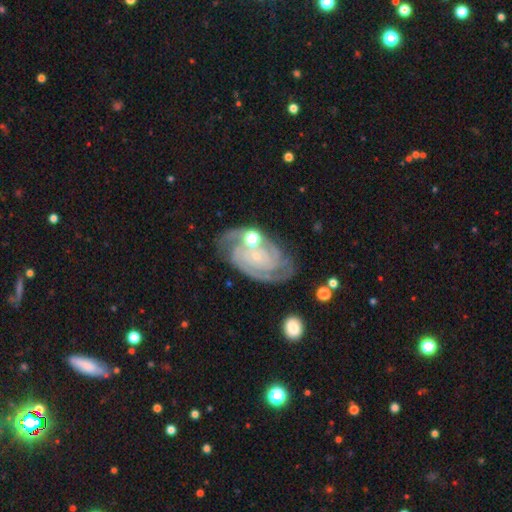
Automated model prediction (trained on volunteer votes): A featured or disk galaxy (89%) with no bar (68%), 2 (60%) tight (72%) spiral arms (98%) and a small central bulge (76%).

Vote fractions:
- Smooth or featured? featured or disk: 89% / smooth: 6% / star or artifact: 5%
- Edge-on disk? no: 97% / yes: 3%
- Bar? no: 68% / weak: 24% / strong: 8%
- Spiral arms? yes: 98% / no: 2%
- Spiral winding? tight: 72% / medium: 24% / loose: 4%
- Spiral arm count? 2: 60% / 3: 17% / can't tell: 12% / 4: 5% / 1: 4% / more than 4: 4%
- Bulge size? small: 76% / moderate: 14% / none: 8% / large: 1% / dominant: 1%
- Merging? none: 70% / minor disturbance: 17% / merger: 6% / major disturbance: 6%